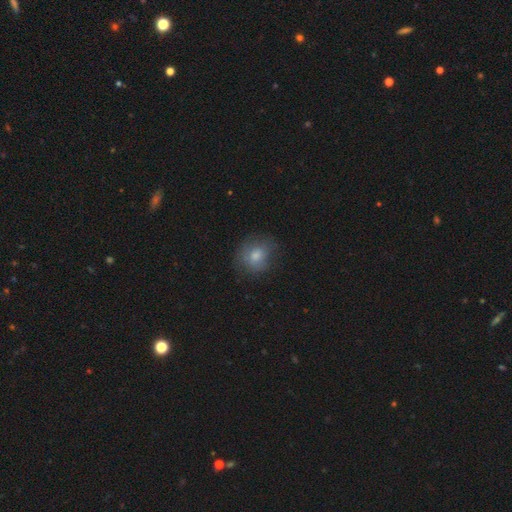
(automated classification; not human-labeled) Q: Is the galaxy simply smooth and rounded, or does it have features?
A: smooth — 74%.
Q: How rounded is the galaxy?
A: round — 68%.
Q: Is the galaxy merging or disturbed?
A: none — 67%.